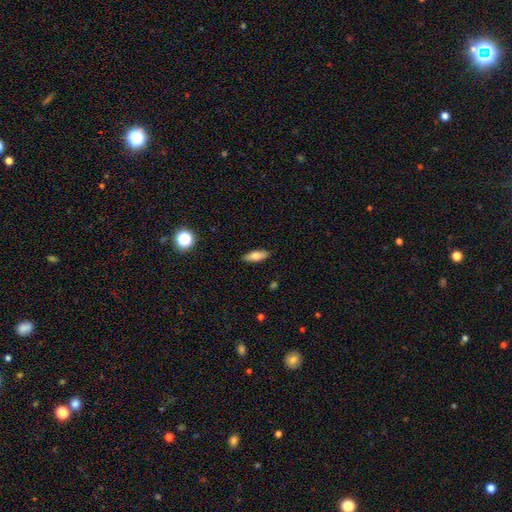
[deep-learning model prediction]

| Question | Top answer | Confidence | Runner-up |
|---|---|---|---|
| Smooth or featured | smooth | 71% | featured or disk (22%) |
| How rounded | in between | 62% | cigar-shaped (35%) |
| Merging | none | 88% | minor disturbance (9%) |